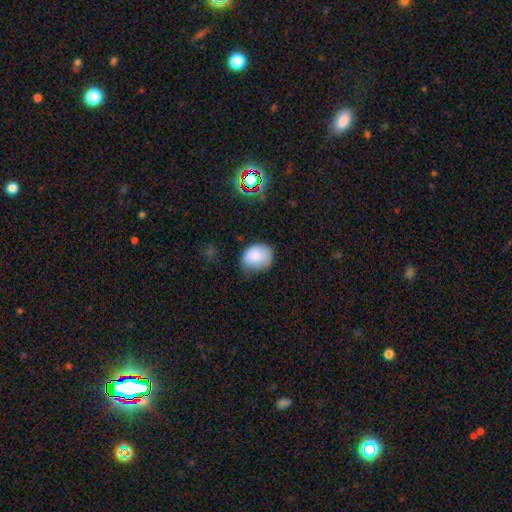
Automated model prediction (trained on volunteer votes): Smooth or featured: smooth — 83% (star or artifact — 9%)
How rounded: in between — 59% (round — 40%)
Merging: none — 57% (minor disturbance — 33%)